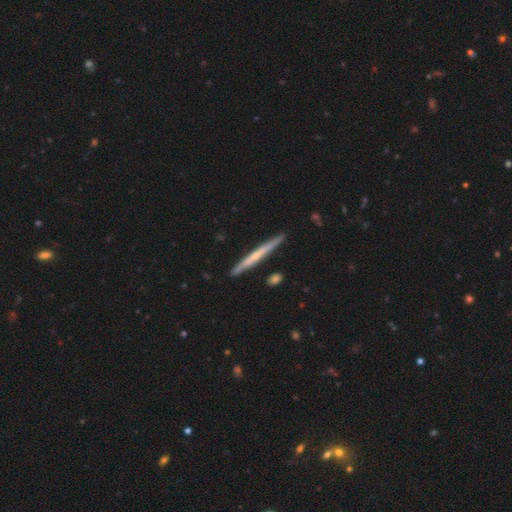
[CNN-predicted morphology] featured or disk 56%, smooth 39%, star or artifact 5%. Down the decision tree: edge-on disk — yes (96%); edge-on bulge — none (60%); merging — none (89%).